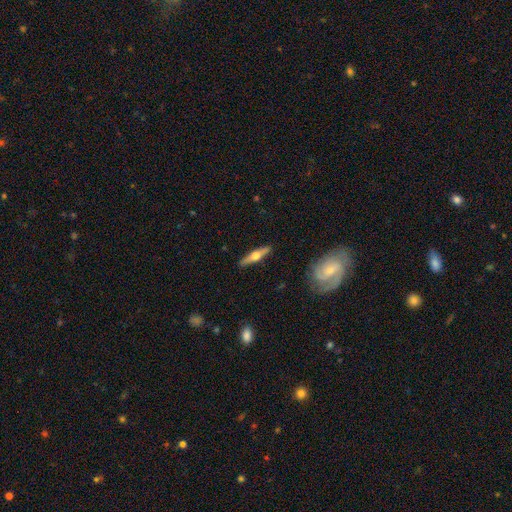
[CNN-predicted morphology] smooth-or-featured: featured or disk: 61% | smooth: 34% | star or artifact: 6%
  disk-edge-on: yes: 95% | no: 5%
    edge-on-bulge: rounded: 94% | boxy: 3% | none: 3%
  merging: none: 89% | minor disturbance: 8% | major disturbance: 2% | merger: 1%